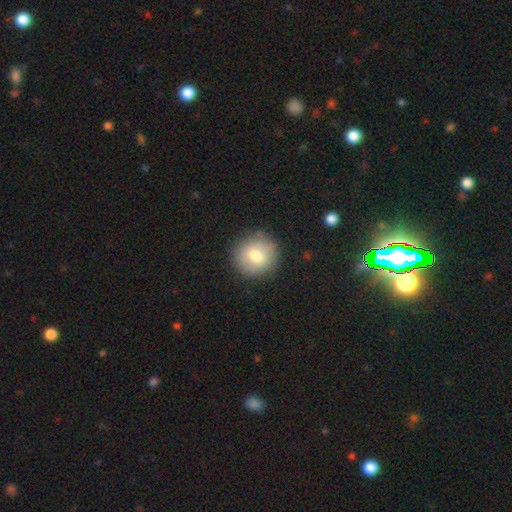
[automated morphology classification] Smooth or featured?
  - smooth: 76% *
  - featured or disk: 16%
  - star or artifact: 8%
How rounded?
  - round: 91% *
  - in between: 8%
  - cigar-shaped: 1%
Merging?
  - none: 87% *
  - minor disturbance: 9%
  - major disturbance: 3%
  - merger: 1%